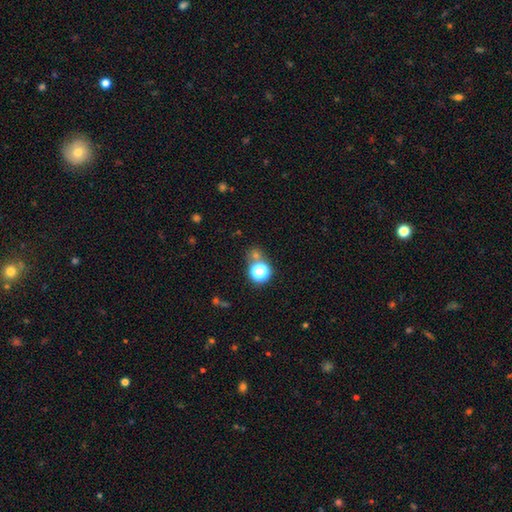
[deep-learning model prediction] A star or artifact, not a galaxy (50%).